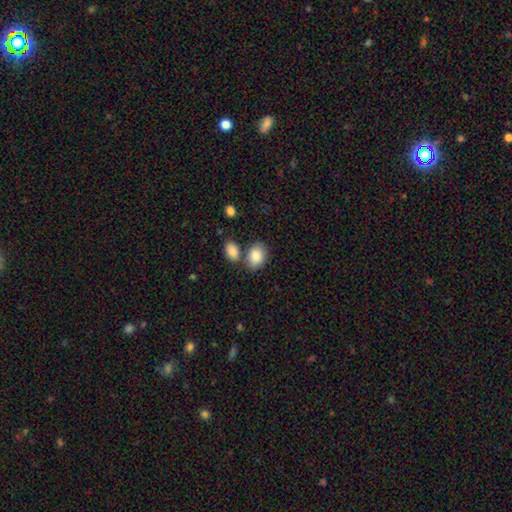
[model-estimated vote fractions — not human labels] This is clearly a smooth galaxy (87%). How rounded: likely in between (78%). Merging: likely none (64%).